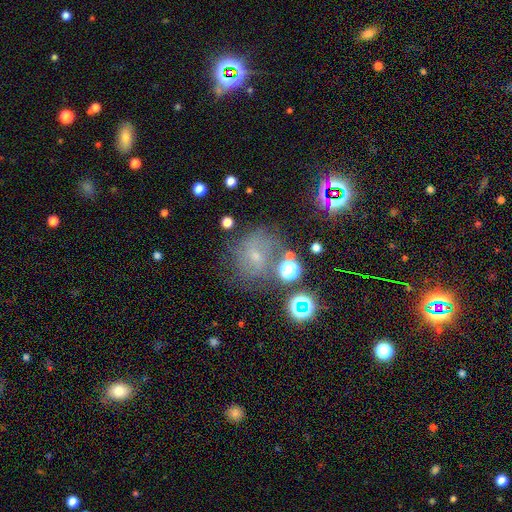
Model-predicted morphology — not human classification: Smooth or featured? featured or disk (38%, tied with smooth)
Merging? none (56%)